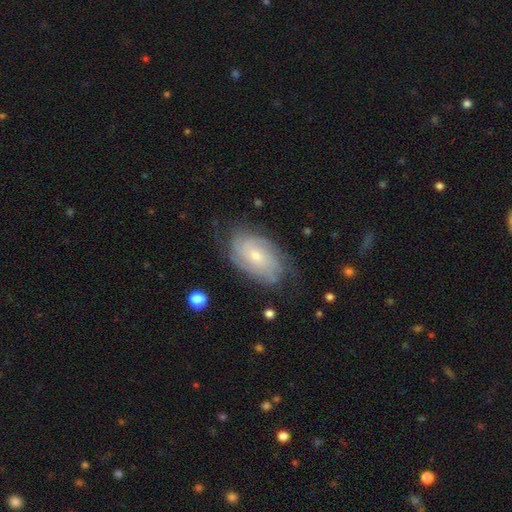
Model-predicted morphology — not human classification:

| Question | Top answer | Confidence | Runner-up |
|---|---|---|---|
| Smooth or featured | featured or disk | 76% | smooth (17%) |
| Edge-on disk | no | 96% | yes (4%) |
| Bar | no | 68% | weak (27%) |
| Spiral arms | yes | 94% | no (6%) |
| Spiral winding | tight | 67% | medium (27%) |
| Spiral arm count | can't tell | 42% | 2 (19%) |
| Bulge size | small | 65% | moderate (31%) |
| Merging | none | 72% | minor disturbance (20%) |